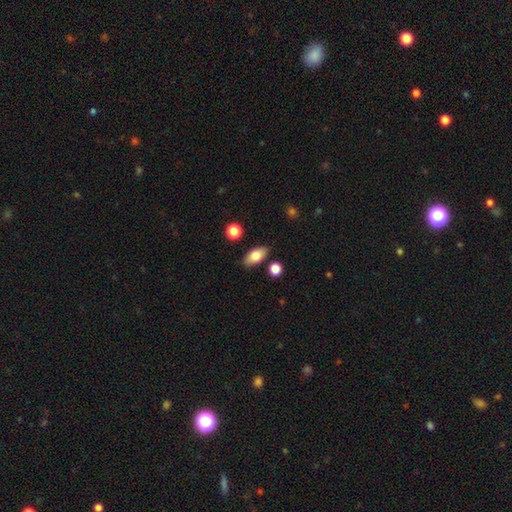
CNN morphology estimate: Smooth or featured? Predicted: smooth (p=0.81). How rounded? Predicted: in between (p=0.89). Merging? Predicted: none (p=0.81).